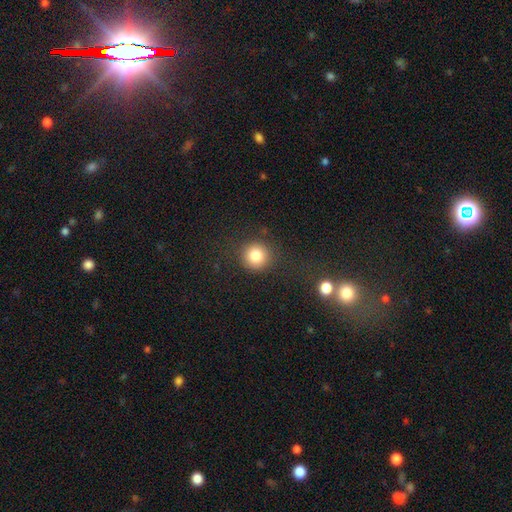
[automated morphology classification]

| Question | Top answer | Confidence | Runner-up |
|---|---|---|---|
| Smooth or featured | smooth | 82% | star or artifact (11%) |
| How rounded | round | 94% | in between (6%) |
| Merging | none | 87% | minor disturbance (7%) |